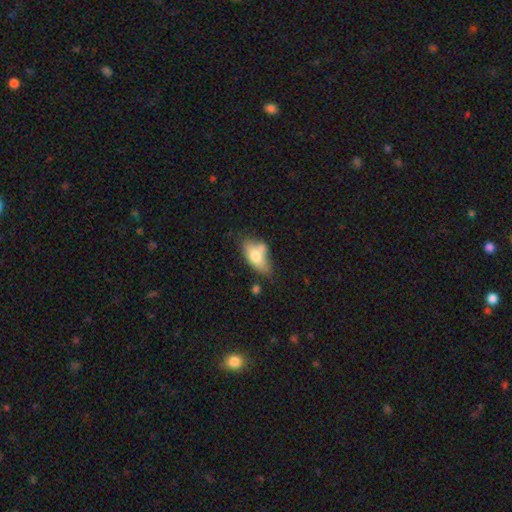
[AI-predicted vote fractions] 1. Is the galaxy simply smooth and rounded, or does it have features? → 67% smooth, 26% featured or disk, 7% star or artifact.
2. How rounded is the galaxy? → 84% in between, 11% cigar-shaped, 6% round.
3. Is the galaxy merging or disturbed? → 38% none, 26% merger, 24% minor disturbance, 11% major disturbance.